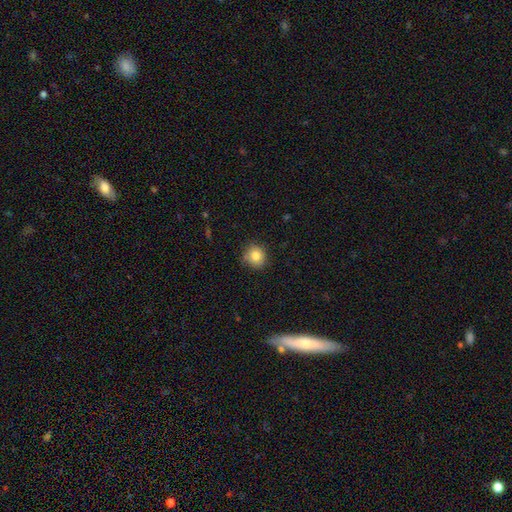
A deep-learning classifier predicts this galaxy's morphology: Smooth or featured: smooth — 82% (star or artifact — 10%)
How rounded: round — 89% (in between — 10%)
Merging: none — 82% (minor disturbance — 15%)